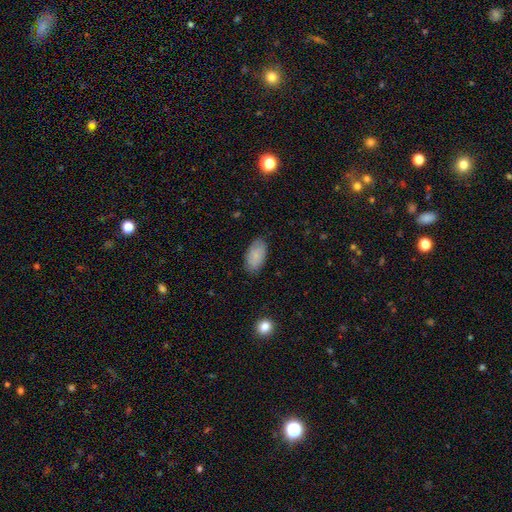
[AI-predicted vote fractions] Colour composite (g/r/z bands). It shows a smooth galaxy with no disk features (83%) that is in between round and cigar-shaped (94%). Merging: none (82%).